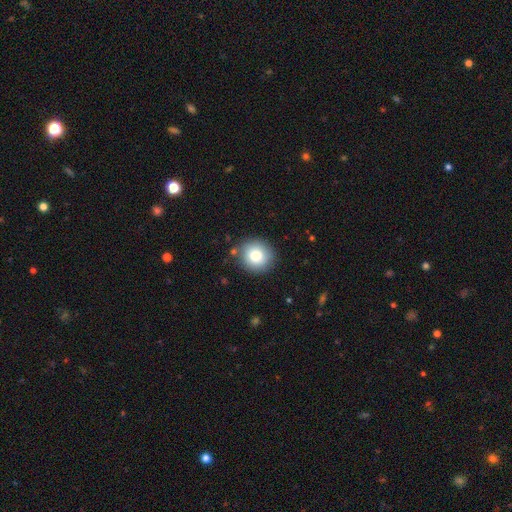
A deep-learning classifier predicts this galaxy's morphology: type=smooth (80%); roundness=round (92%); merging=none (87%).